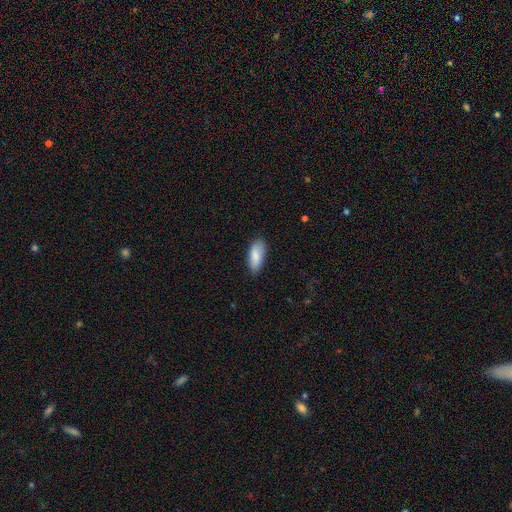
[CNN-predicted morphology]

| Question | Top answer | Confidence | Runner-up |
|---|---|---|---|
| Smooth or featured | smooth | 85% | featured or disk (8%) |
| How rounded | in between | 82% | cigar-shaped (16%) |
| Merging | none | 78% | minor disturbance (18%) |